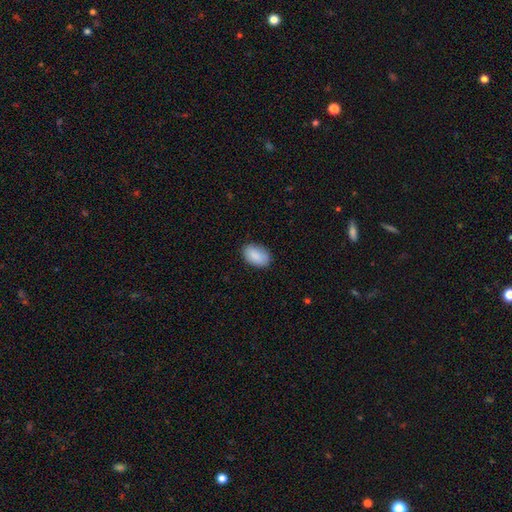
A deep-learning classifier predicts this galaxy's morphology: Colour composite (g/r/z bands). It shows a smooth galaxy with no disk features (90%) that is in between round and cigar-shaped (92%). Merging: none (84%).